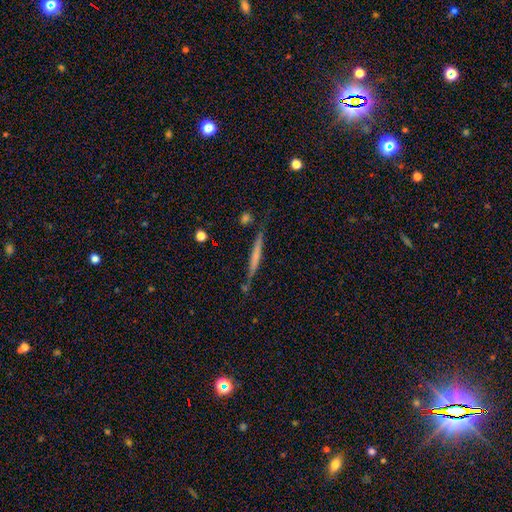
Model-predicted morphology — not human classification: This is possibly a featured or disk galaxy (50%). Merging: likely none (79%).